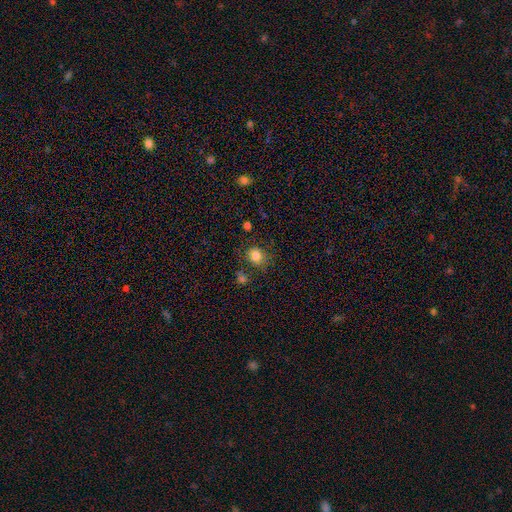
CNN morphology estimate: Smooth or featured? smooth (83%)
How rounded? round (71%)
Merging? none (74%)